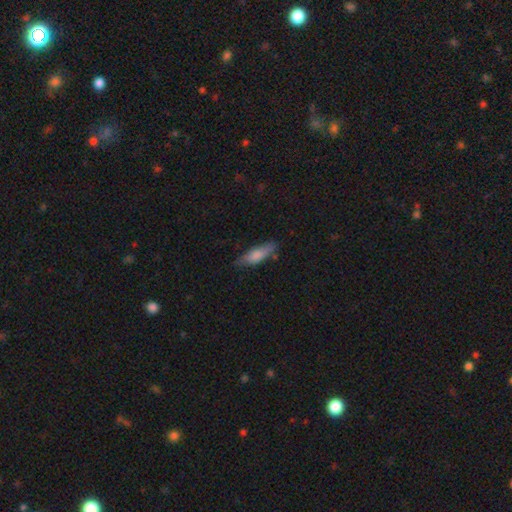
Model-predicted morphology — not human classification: Overall: smooth (74%). How rounded: cigar-shaped (53%; in between 45%). Merging: none (71%).